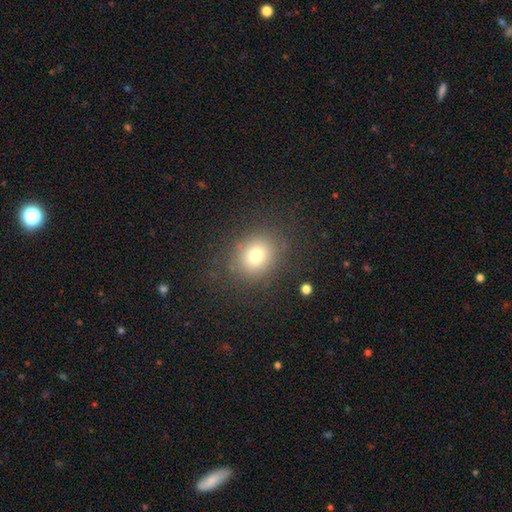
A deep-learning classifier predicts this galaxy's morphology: smooth 74%, star or artifact 14%, featured or disk 11%. Down the decision tree: how rounded — round (73%); merging — none (82%).